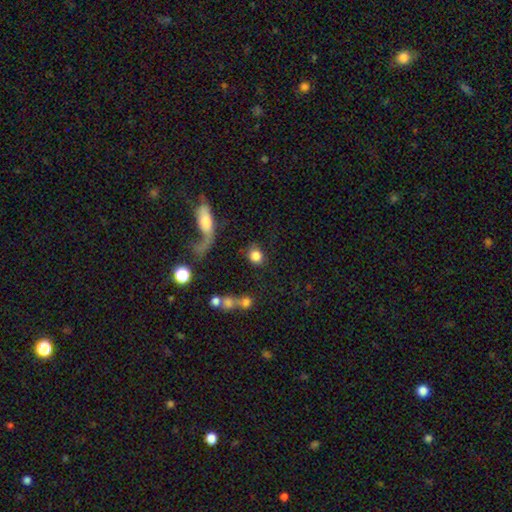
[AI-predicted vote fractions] Overall: smooth (80%). How rounded: round (70%). Merging: none (67%).